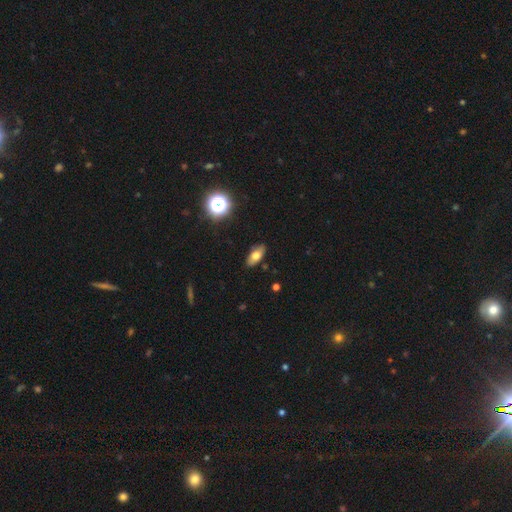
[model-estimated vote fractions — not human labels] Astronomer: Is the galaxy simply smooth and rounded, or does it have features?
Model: smooth — 70%.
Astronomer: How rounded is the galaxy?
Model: in between — 85%.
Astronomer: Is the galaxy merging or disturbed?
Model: none — 87%.